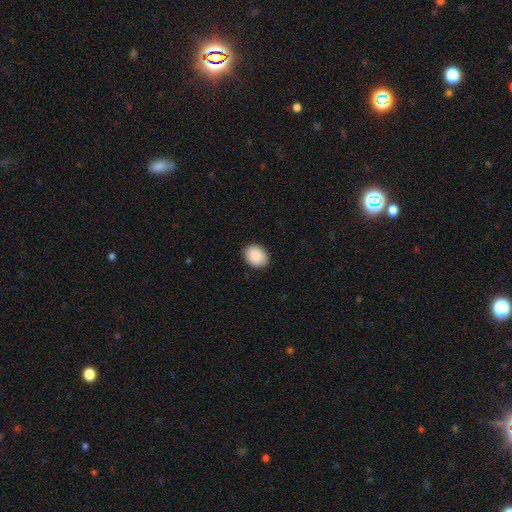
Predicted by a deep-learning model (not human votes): Overall: smooth (90%). How rounded: in between (58%; round 42%). Merging: none (88%).